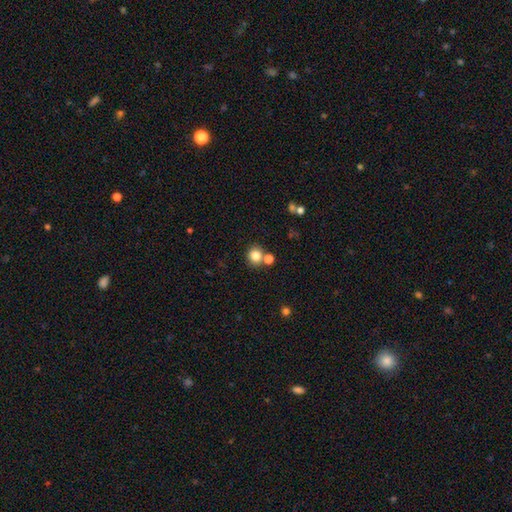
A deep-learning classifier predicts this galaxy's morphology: smooth-or-featured: smooth: 82% | star or artifact: 12% | featured or disk: 7%
  how-rounded: round: 89% | in between: 10% | cigar-shaped: 1%
  merging: none: 69% | merger: 20% | minor disturbance: 8% | major disturbance: 3%